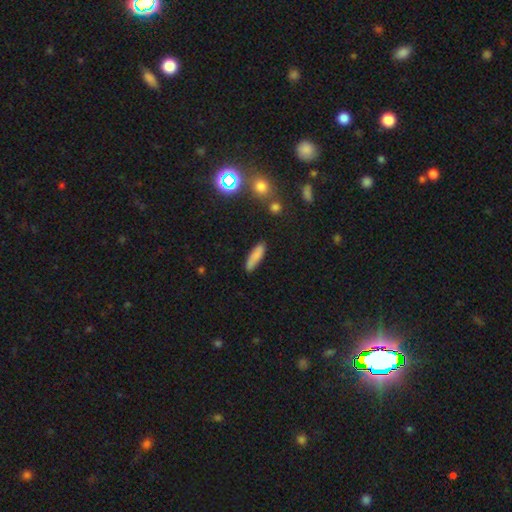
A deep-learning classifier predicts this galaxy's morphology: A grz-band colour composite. It shows a smooth galaxy with no disk features (82%) that is cigar-shaped (67%). Merging: none (81%).